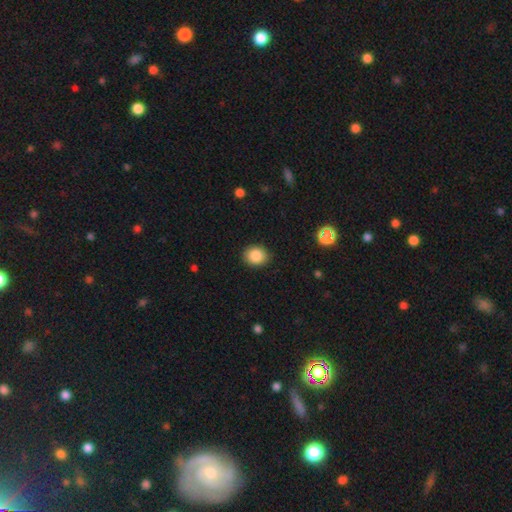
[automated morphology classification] This is clearly a smooth galaxy (86%). How rounded: likely round (64%). Merging: clearly none (89%).